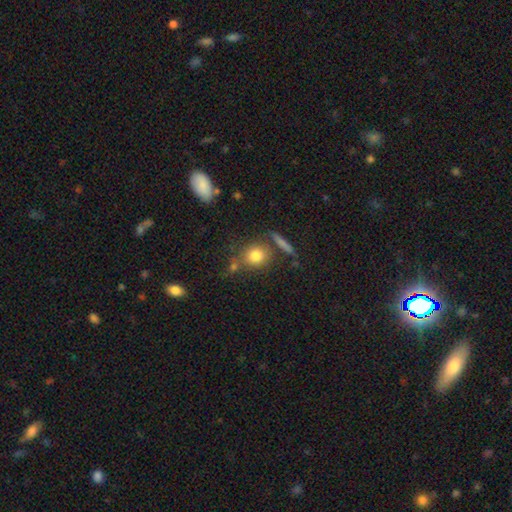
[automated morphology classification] smooth-or-featured: smooth: 79% | star or artifact: 11% | featured or disk: 10%
  how-rounded: round: 76% | in between: 21% | cigar-shaped: 3%
  merging: none: 70% | merger: 13% | minor disturbance: 12% | major disturbance: 5%